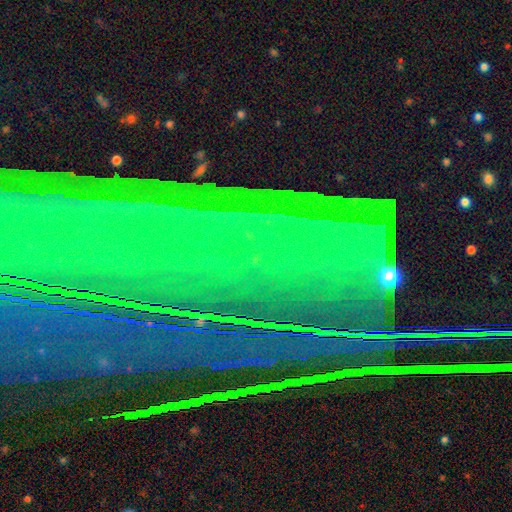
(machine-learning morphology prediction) Overall: star or artifact (86%).